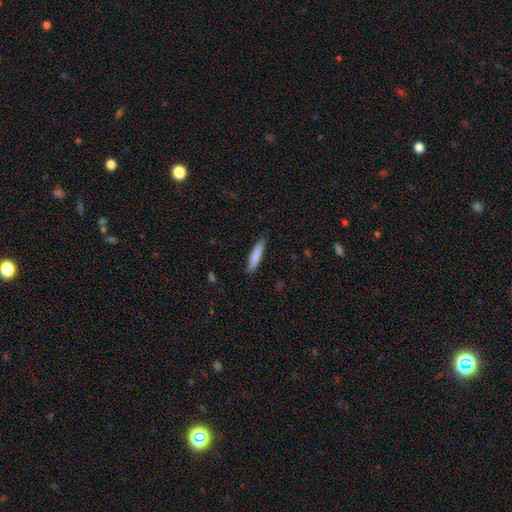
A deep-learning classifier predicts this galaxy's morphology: The model was most divided on "how rounded": cigar-shaped: 85%, in between: 14%, round: 1%. More confident: merging — none (87%); smooth or featured — smooth (84%).